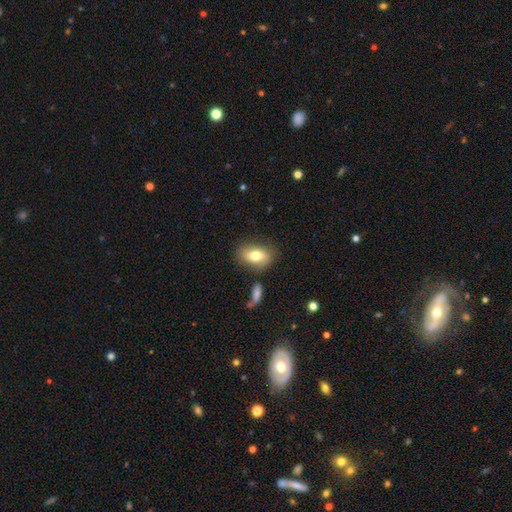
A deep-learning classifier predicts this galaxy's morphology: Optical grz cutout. It shows a smooth galaxy with no disk features (73%) that is in between round and cigar-shaped (85%). Merging: none (72%).